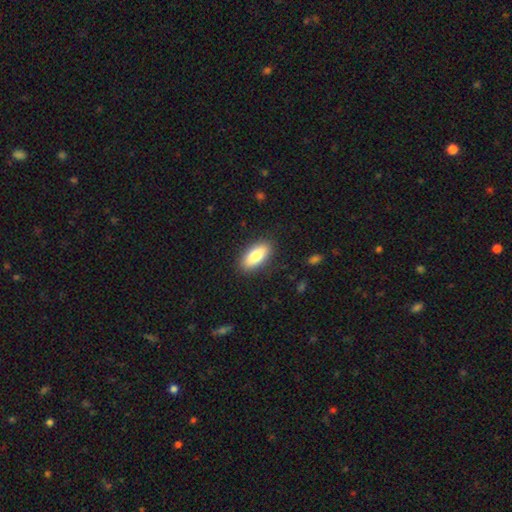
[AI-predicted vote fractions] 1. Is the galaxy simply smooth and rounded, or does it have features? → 79% smooth, 15% featured or disk, 6% star or artifact.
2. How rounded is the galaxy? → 80% in between, 17% cigar-shaped, 3% round.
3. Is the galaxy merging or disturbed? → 87% none, 9% minor disturbance, 2% major disturbance, 1% merger.